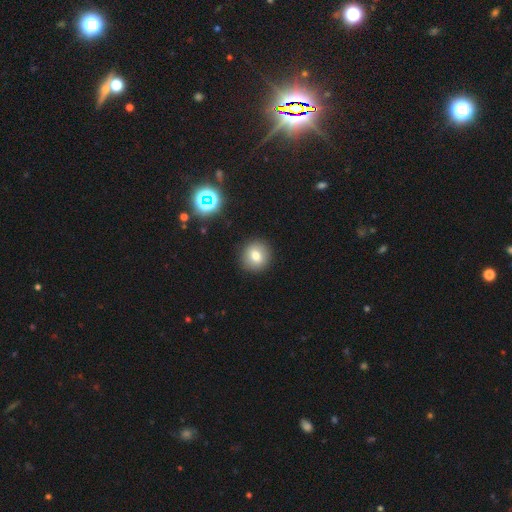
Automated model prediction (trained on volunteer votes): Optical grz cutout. It shows a smooth galaxy with no disk features (74%) that is round (90%). Merging: none (91%).